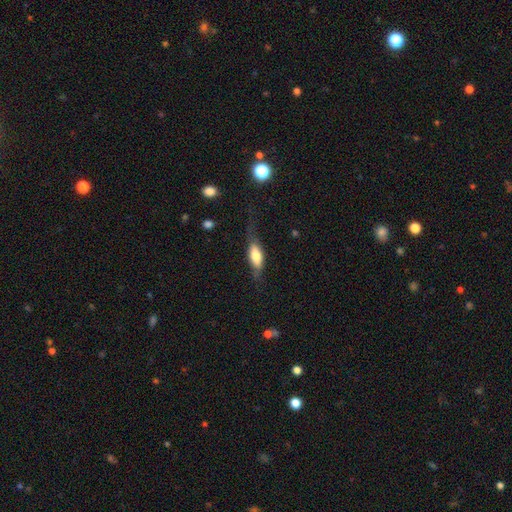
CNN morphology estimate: smooth 61%, featured or disk 33%, star or artifact 6%. Down the decision tree: how rounded — in between (68%); merging — none (49%).